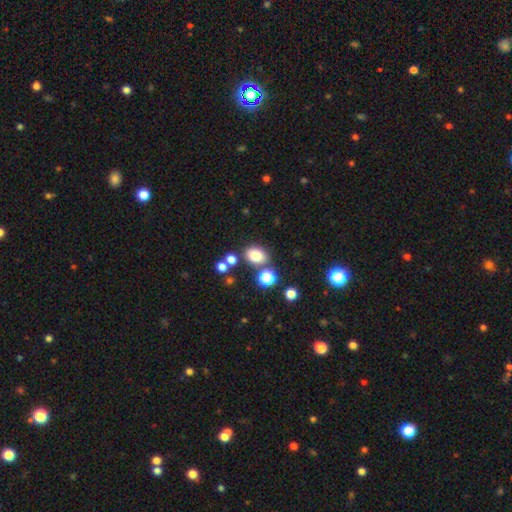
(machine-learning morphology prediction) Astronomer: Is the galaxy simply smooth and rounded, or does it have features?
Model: smooth — 78%.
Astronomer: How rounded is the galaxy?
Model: in between — 60% (runner-up: round, 39%).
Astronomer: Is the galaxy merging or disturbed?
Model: none — 73%.